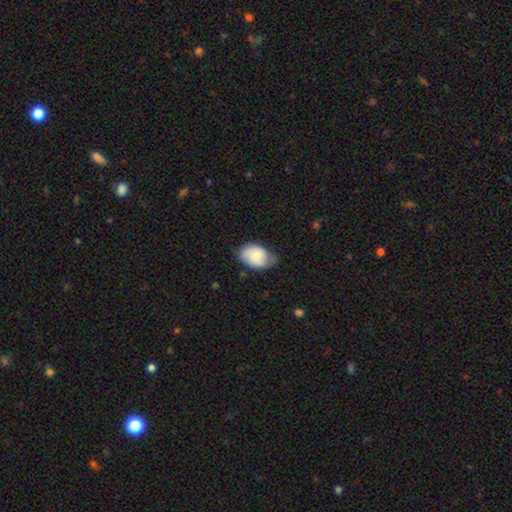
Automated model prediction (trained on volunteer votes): Q: Smooth or featured?
A: smooth (70%); runner-up: featured or disk (23%)
Q: How rounded?
A: in between (86%); runner-up: round (13%)
Q: Merging?
A: none (56%); runner-up: minor disturbance (34%)